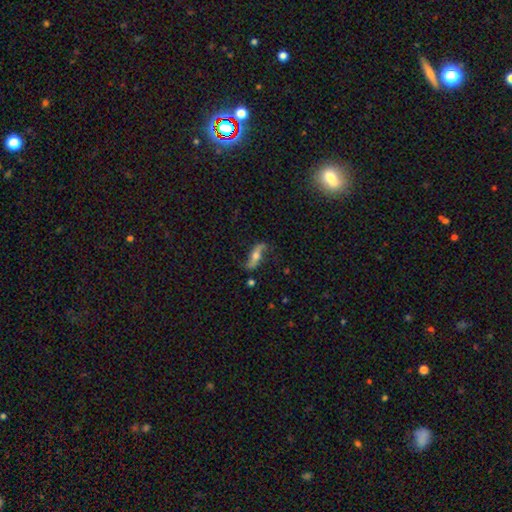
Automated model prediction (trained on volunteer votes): smooth_or_featured: featured or disk (p=0.74) [alt: smooth p=0.19]
disk_edge_on: no (p=0.75) [alt: yes p=0.25]
bar: no (p=0.54) [alt: weak p=0.23]
has_spiral_arms: yes (p=0.90) [alt: no p=0.10]
bulge_size: moderate (p=0.63) [alt: small p=0.25]
merging: none (p=0.76) [alt: minor disturbance p=0.16]